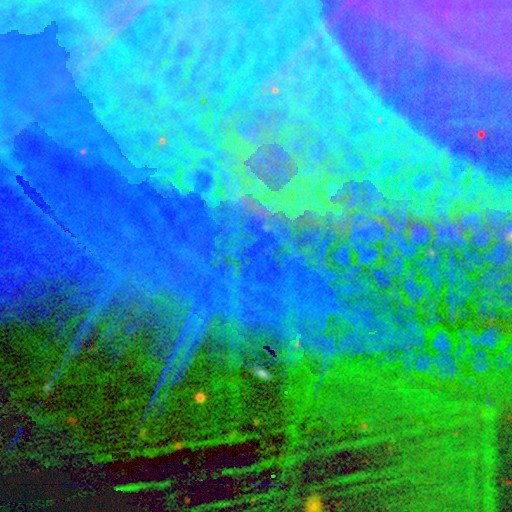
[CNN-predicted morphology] star or artifact 84%, featured or disk 10%, smooth 7%.